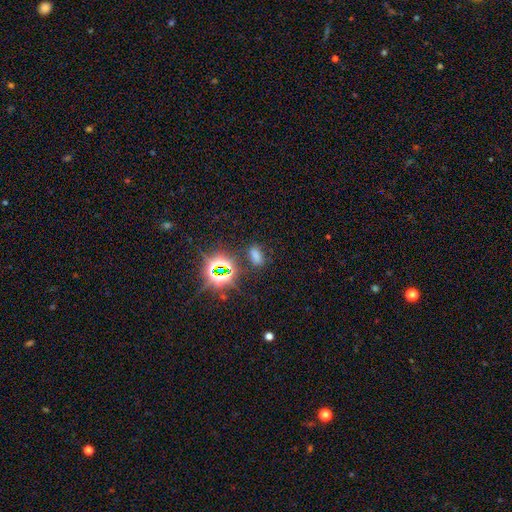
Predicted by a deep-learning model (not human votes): This is possibly a smooth galaxy (56%). How rounded: clearly in between (83%). Merging: likely none (73%).